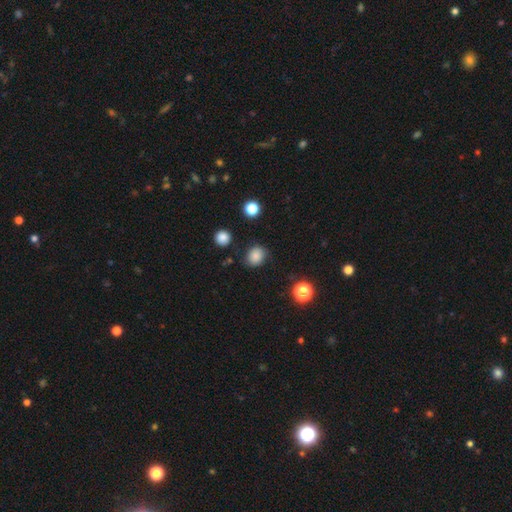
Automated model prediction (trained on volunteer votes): A smooth galaxy with no disk features (85%) that is round (63%). Merging: none (82%).